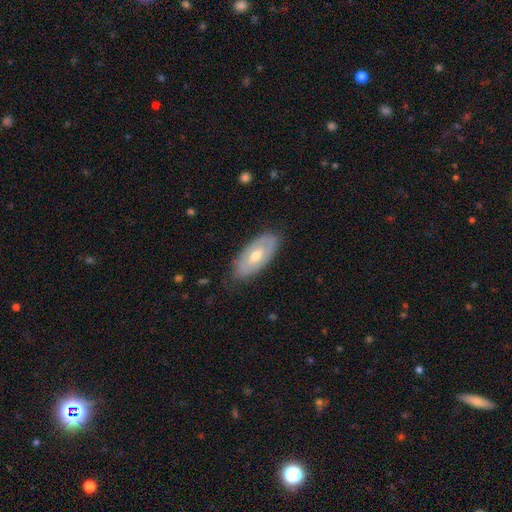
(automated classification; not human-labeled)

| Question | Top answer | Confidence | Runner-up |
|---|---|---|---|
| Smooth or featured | featured or disk | 51% | smooth (43%) |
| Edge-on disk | no | 85% | yes (15%) |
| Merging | none | 79% | minor disturbance (17%) |